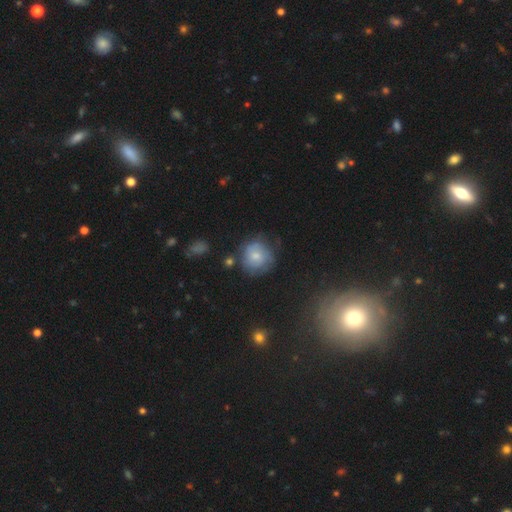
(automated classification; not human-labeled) Smooth or featured? Predicted: smooth (p=0.51). How rounded? Predicted: round (p=0.85). Merging? Predicted: none (p=0.61).